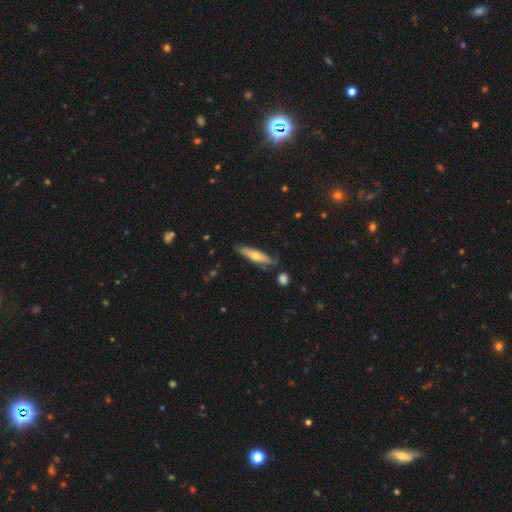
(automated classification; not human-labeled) featured or disk 50%, smooth 44%, star or artifact 6%. Down the decision tree: edge-on disk — yes (76%); merging — none (71%).